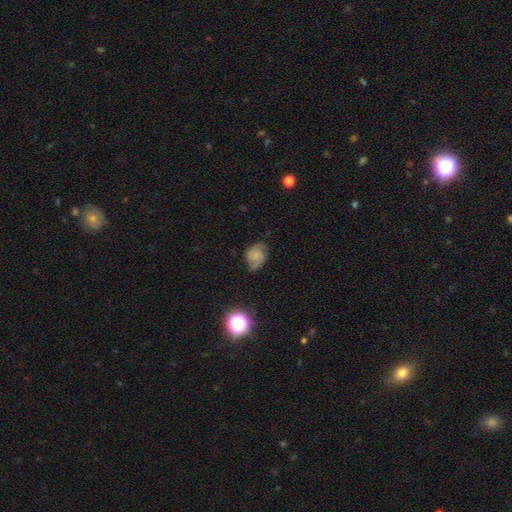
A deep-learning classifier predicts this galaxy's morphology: Smooth or featured?
  - featured or disk: 45% *
  - smooth: 43%
  - star or artifact: 12%
Merging?
  - none: 59% *
  - minor disturbance: 29%
  - major disturbance: 10%
  - merger: 2%